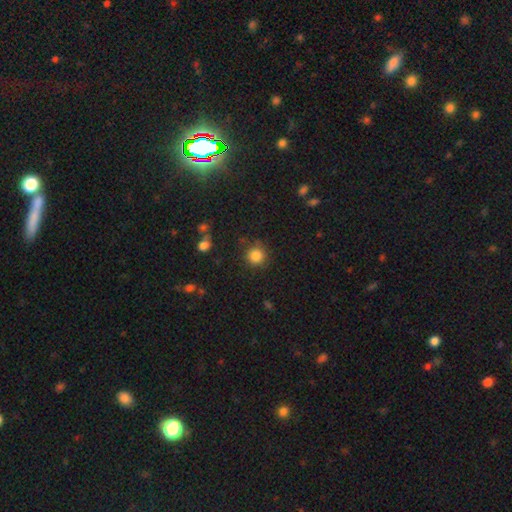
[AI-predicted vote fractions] smooth-or-featured: smooth: 85% | star or artifact: 11% | featured or disk: 4%
  how-rounded: round: 93% | in between: 6% | cigar-shaped: 1%
  merging: none: 82% | minor disturbance: 11% | major disturbance: 4% | merger: 2%